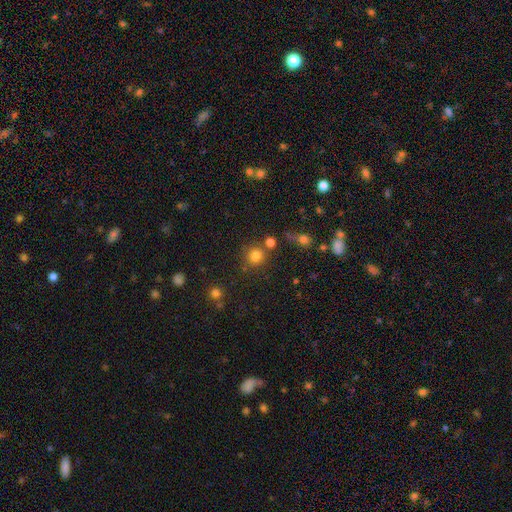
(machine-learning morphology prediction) smooth_or_featured: smooth (p=0.79) [alt: star or artifact p=0.16]
how_rounded: round (p=0.88) [alt: in between p=0.11]
merging: none (p=0.70) [alt: merger p=0.15]